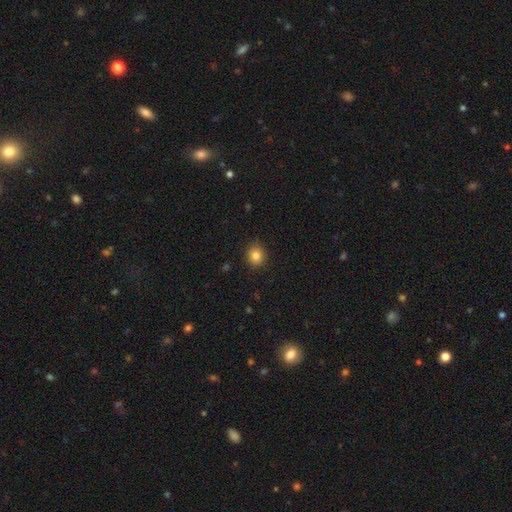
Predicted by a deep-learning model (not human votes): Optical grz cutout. It shows a smooth galaxy with no disk features (84%) that is round (78%). Merging: none (90%).